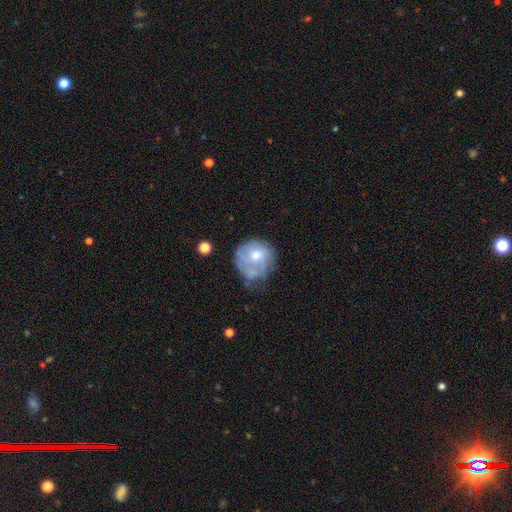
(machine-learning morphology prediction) type=smooth (50%); roundness=round (82%); merging=none (46%).